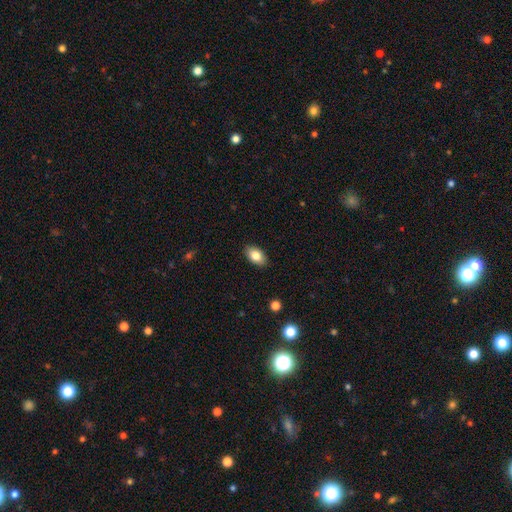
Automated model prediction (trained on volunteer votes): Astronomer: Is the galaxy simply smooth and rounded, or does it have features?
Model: smooth — 82%.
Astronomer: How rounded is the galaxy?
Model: in between — 91%.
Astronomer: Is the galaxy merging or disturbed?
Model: none — 88%.